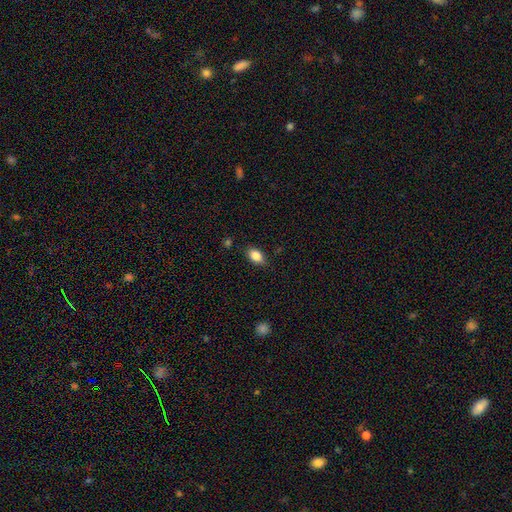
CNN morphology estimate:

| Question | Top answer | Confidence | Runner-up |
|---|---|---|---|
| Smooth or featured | smooth | 86% | star or artifact (8%) |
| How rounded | in between | 88% | round (10%) |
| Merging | none | 82% | minor disturbance (14%) |